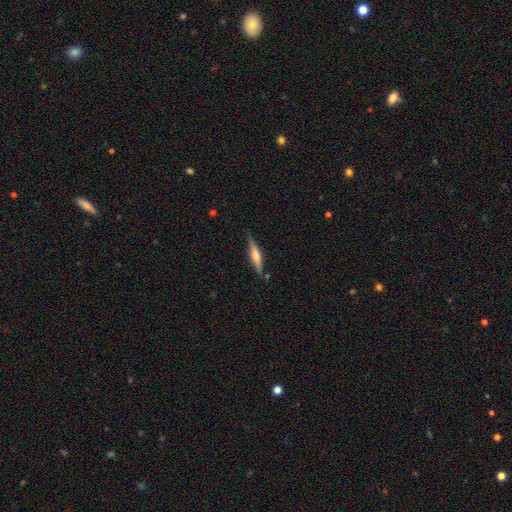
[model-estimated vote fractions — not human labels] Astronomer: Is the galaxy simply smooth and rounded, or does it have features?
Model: featured or disk — 57% (runner-up: smooth, 37%).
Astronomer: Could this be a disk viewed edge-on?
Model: yes — 96%.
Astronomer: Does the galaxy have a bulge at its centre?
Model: rounded — 78%.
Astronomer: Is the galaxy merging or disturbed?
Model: none — 81%.